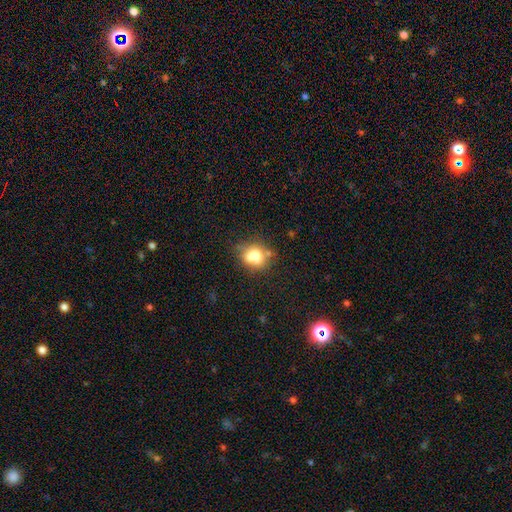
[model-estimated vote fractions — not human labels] Smooth or featured: smooth — 72% (featured or disk — 17%)
How rounded: round — 60% (in between — 38%)
Merging: none — 48% (minor disturbance — 22%)